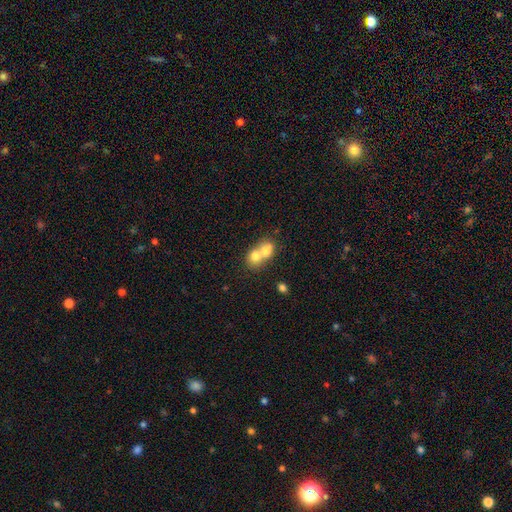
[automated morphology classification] A smooth galaxy with no disk features (71%) that is round (60%). Merging: merger (74%).